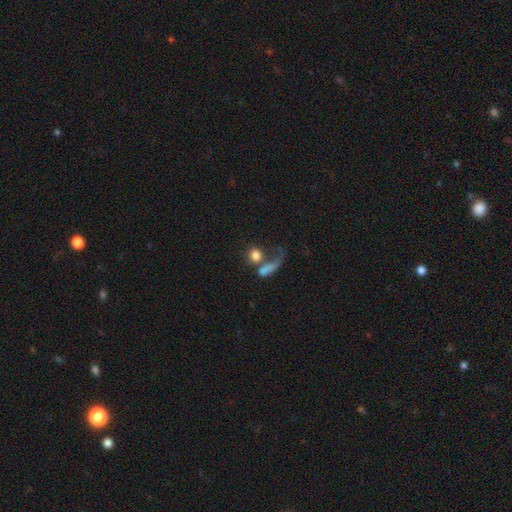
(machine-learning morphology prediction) A smooth galaxy with no disk features (74%) that is round (66%).

Vote fractions:
- Smooth or featured? smooth: 74% / featured or disk: 17% / star or artifact: 10%
- How rounded? round: 66% / in between: 29% / cigar-shaped: 5%
- Merging? merger: 39% / none: 27% / major disturbance: 25% / minor disturbance: 10%